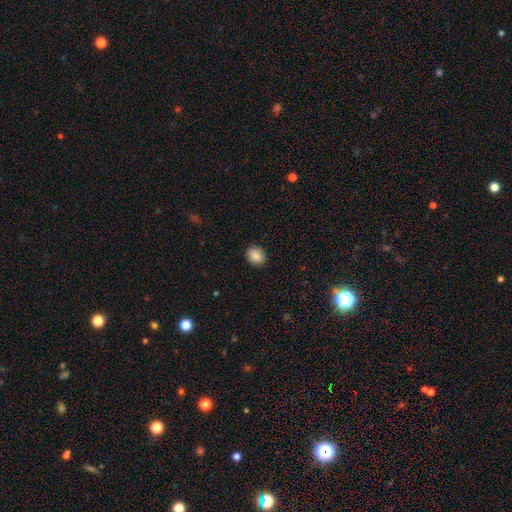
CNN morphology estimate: smooth-or-featured: smooth: 87% | star or artifact: 8% | featured or disk: 5%
  how-rounded: round: 62% | in between: 37% | cigar-shaped: 1%
  merging: none: 89% | minor disturbance: 8% | major disturbance: 2% | merger: 1%